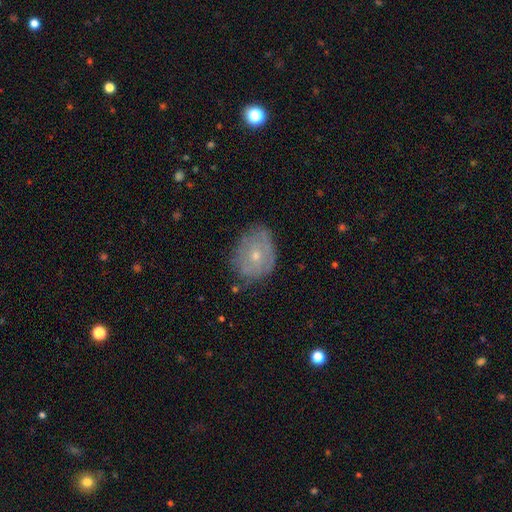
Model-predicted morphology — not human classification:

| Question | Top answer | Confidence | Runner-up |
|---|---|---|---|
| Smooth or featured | featured or disk | 47% | smooth (44%) |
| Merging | none | 65% | minor disturbance (25%) |